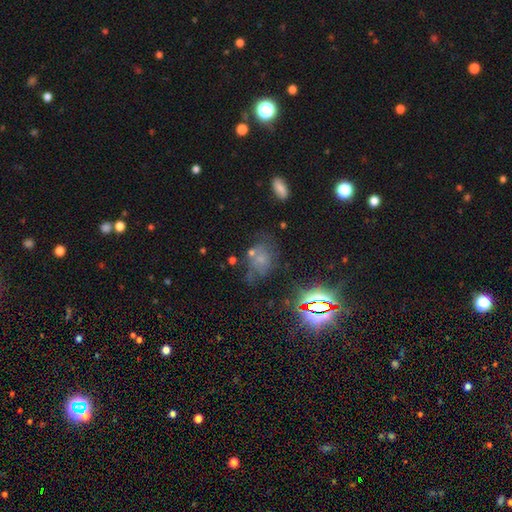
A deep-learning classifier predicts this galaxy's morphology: The model was most divided on "smooth or featured": star or artifact: 39%, smooth: 35%, featured or disk: 25%.